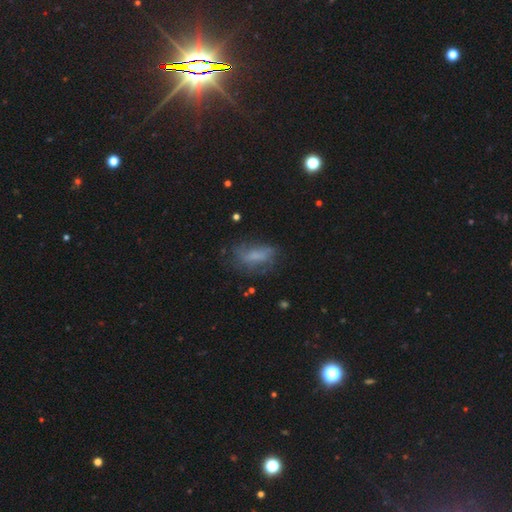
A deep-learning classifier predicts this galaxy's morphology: The model was most divided on "smooth or featured": smooth: 55%, featured or disk: 32%, star or artifact: 12%. More confident: how rounded — in between (74%); merging — none (54%).